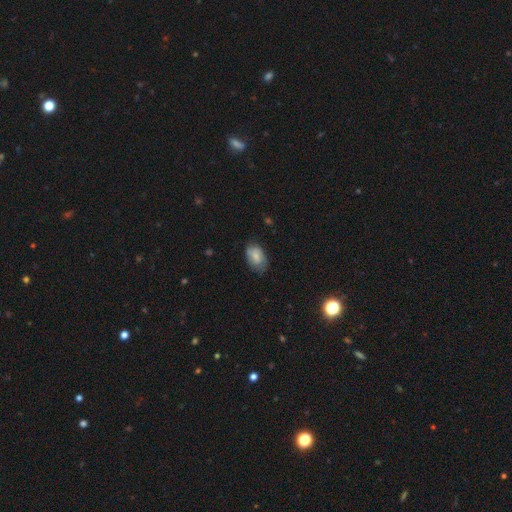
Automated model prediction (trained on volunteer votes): Smooth or featured: smooth — 70% (featured or disk — 22%)
How rounded: in between — 89% (round — 9%)
Merging: none — 67% (minor disturbance — 26%)